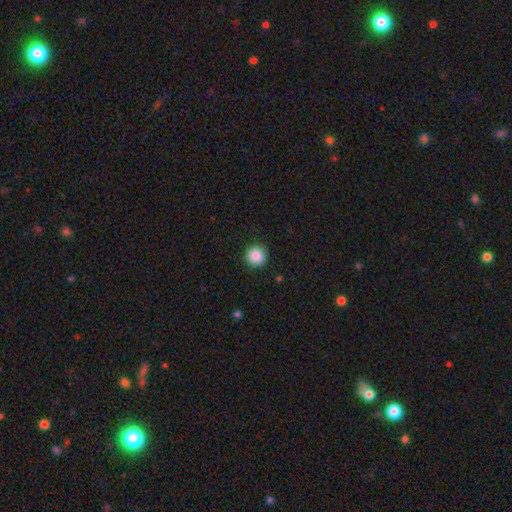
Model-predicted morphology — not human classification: This appears to be a smooth galaxy with no disk features (88%) that is round (95%). Merging: none (90%).